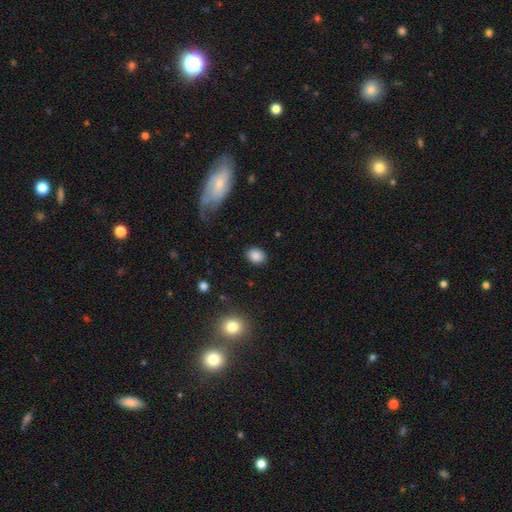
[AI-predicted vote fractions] The model was most divided on "how rounded": in between: 61%, round: 38%, cigar-shaped: 1%. More confident: smooth or featured — smooth (87%); merging — none (86%).